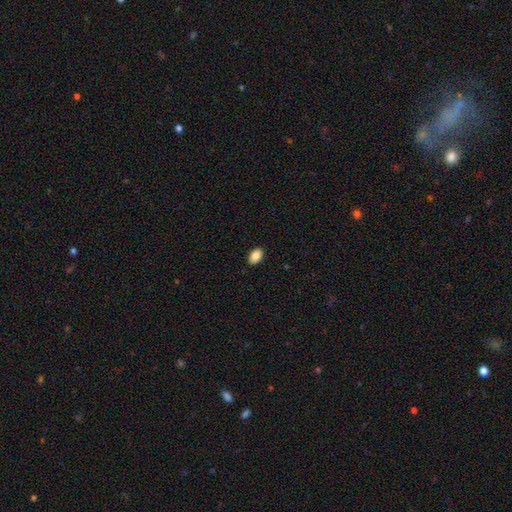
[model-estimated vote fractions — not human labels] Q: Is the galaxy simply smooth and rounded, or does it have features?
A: smooth — 86%.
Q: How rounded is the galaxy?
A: in between — 89%.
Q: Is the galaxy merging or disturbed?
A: none — 89%.